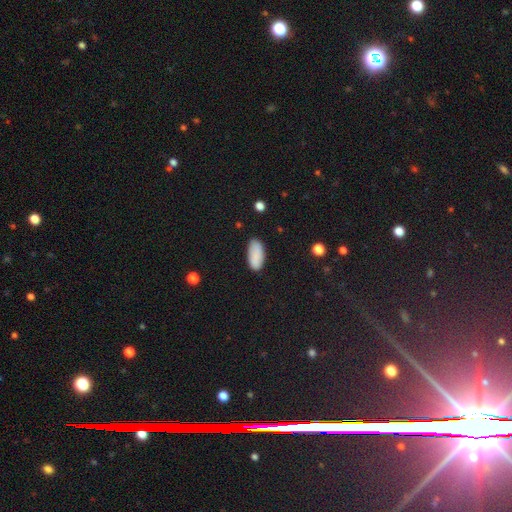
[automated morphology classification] A smooth galaxy with no disk features (88%) that is in between round and cigar-shaped (90%). Merging: none (81%).